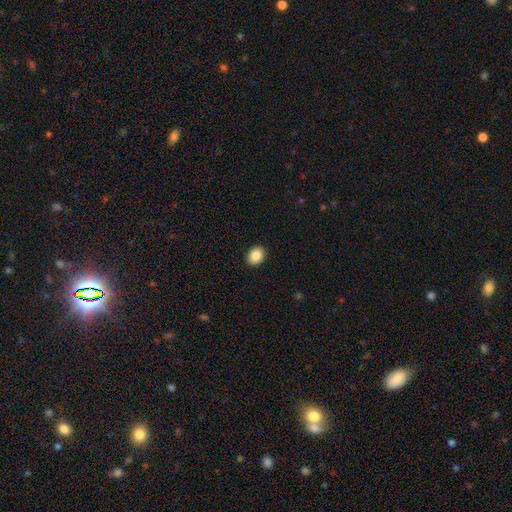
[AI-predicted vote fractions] Smooth or featured? smooth (86%)
How rounded? in between (58%)
Merging? none (91%)